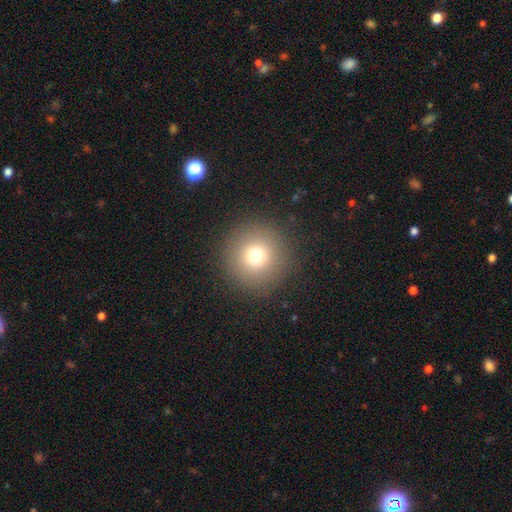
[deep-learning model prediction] Smooth or featured? smooth (73%)
How rounded? round (97%)
Merging? none (91%)